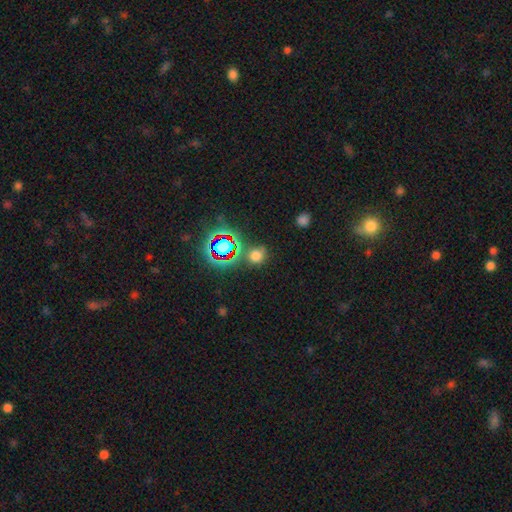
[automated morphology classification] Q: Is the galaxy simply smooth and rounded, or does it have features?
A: smooth — 62%.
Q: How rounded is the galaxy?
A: round — 77%.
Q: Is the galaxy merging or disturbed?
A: none — 75%.